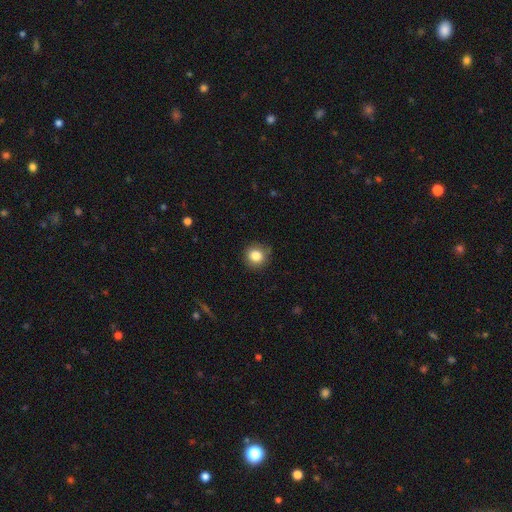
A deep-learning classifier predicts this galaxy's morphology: This is clearly a smooth galaxy (84%). How rounded: clearly round (91%). Merging: clearly none (86%).